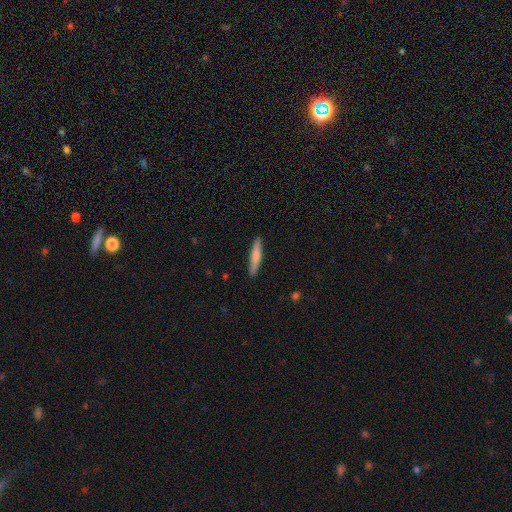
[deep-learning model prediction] This is likely a smooth galaxy (73%). How rounded: clearly cigar-shaped (92%). Merging: clearly none (90%).